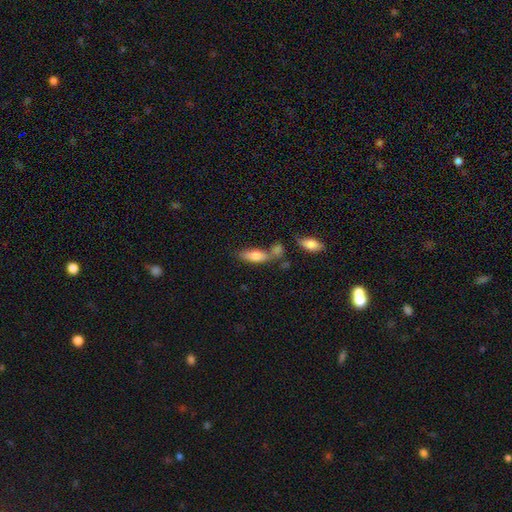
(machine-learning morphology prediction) This appears to be a smooth galaxy with no disk features (75%) that is in between round and cigar-shaped (67%). Merging: none (50%).